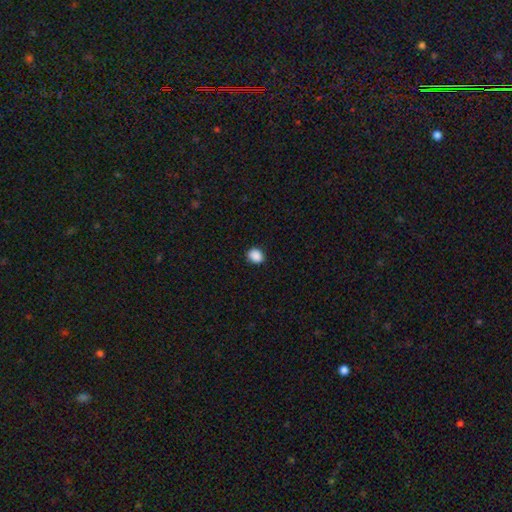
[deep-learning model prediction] Morphology: type=smooth (89%); roundness=round (56%); merging=none (88%).